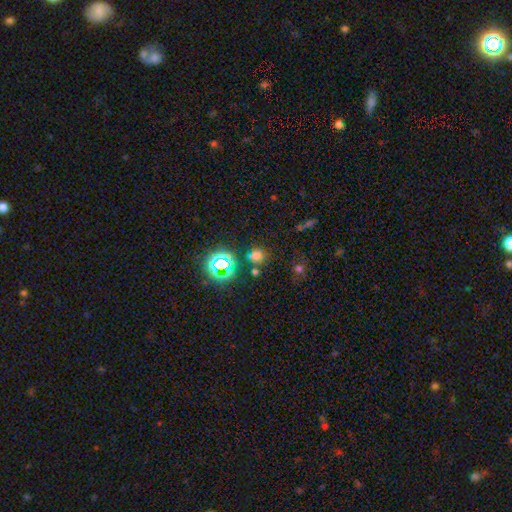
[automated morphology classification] smooth 63%, star or artifact 31%, featured or disk 6%. Down the decision tree: how rounded — round (88%); merging — none (78%).